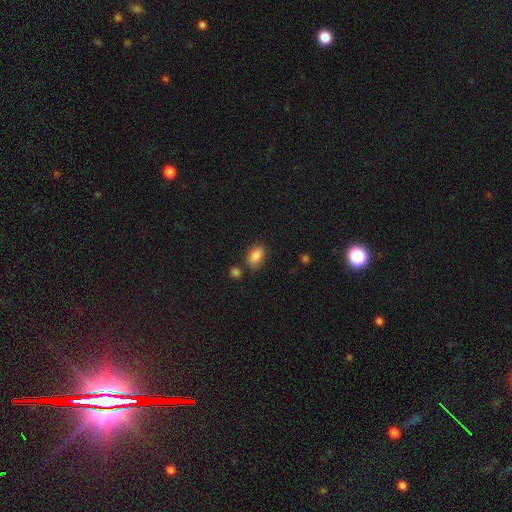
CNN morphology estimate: Smooth or featured: smooth — 86% (star or artifact — 8%)
How rounded: in between — 88% (round — 10%)
Merging: none — 74% (minor disturbance — 15%)